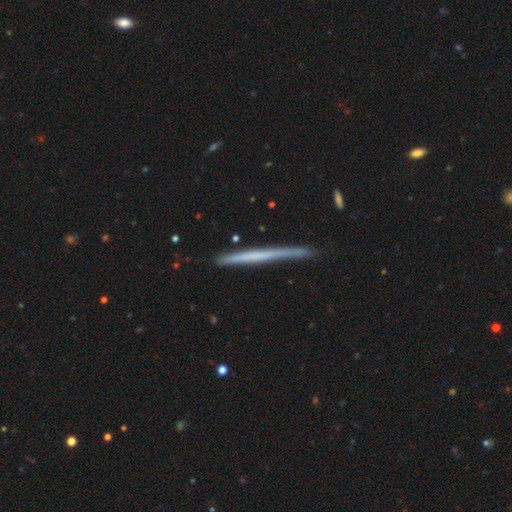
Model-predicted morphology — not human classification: Overall: featured or disk (52%; smooth 42%). Edge-on disk: yes (97%). Edge-on bulge: none (92%). Merging: none (84%).